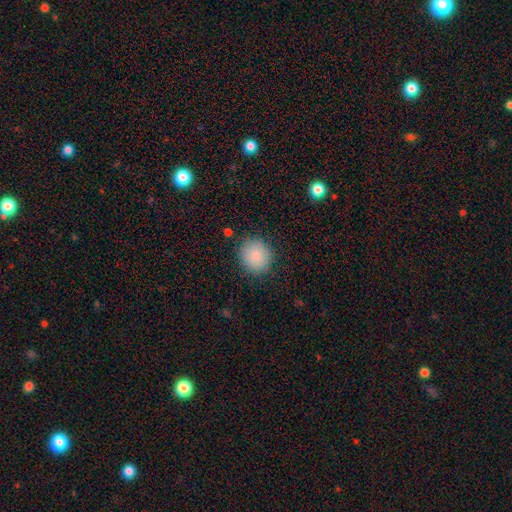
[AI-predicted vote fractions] This is clearly a smooth galaxy (86%). How rounded: clearly round (88%). Merging: clearly none (86%).